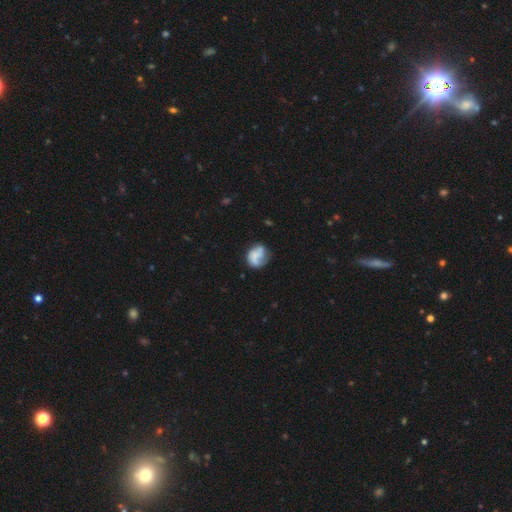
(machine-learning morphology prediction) The model was most divided on "smooth or featured": featured or disk: 48%, smooth: 43%, star or artifact: 8%. Remaining: merging — none (48%).